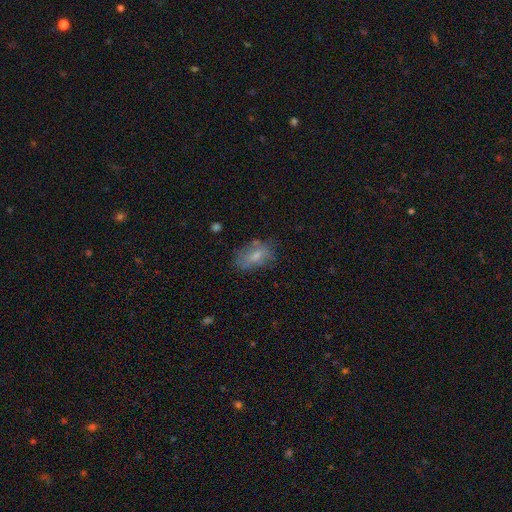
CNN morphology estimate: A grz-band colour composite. It shows a smooth galaxy with no disk features (64%) that is in between round and cigar-shaped (87%). Merging: none (58%).